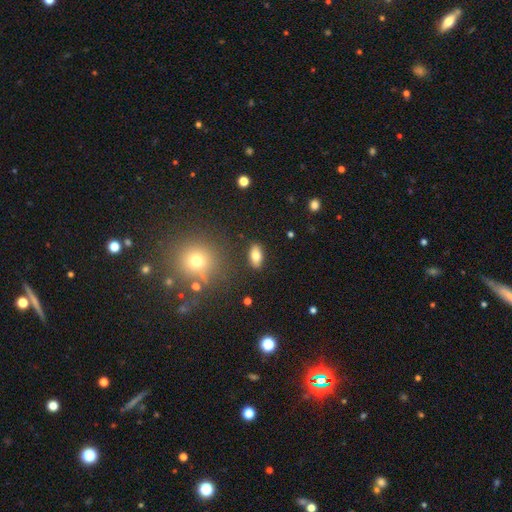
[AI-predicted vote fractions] smooth_or_featured: smooth (p=0.77) [alt: featured or disk p=0.13]
how_rounded: in between (p=0.88) [alt: cigar-shaped p=0.07]
merging: none (p=0.88) [alt: minor disturbance p=0.08]